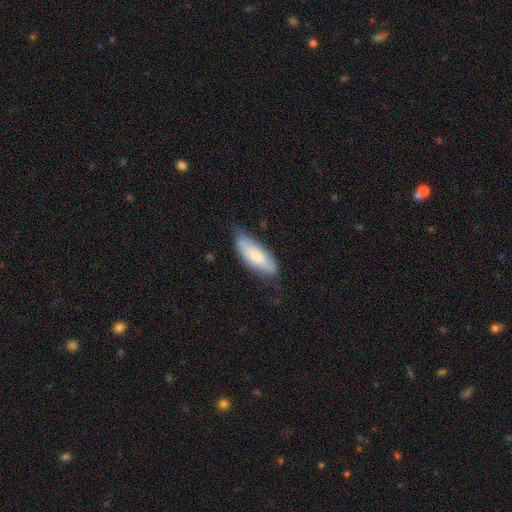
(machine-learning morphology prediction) Smooth or featured? Predicted: smooth (p=0.74). How rounded? Predicted: in between (p=0.67). Merging? Predicted: none (p=0.64).